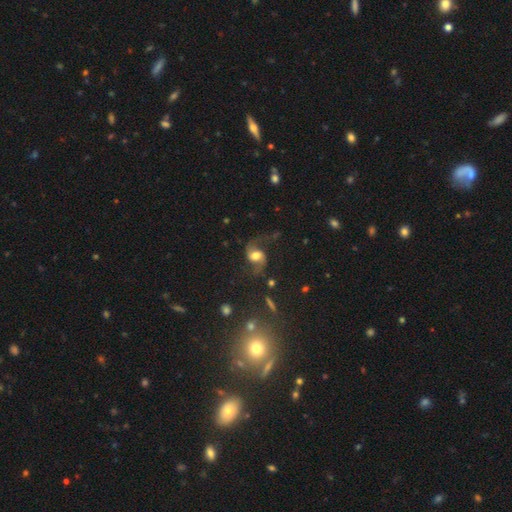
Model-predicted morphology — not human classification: This is likely a featured or disk galaxy (76%). It is clearly not viewed edge-on (97%). Bar: possibly no (49%). Spiral arm pattern: clearly yes (95%). Spiral arm count: clearly 2 (93%). Spiral winding: likely loose (72%). Central bulge: possibly moderate (49%). Merging: likely none (68%).